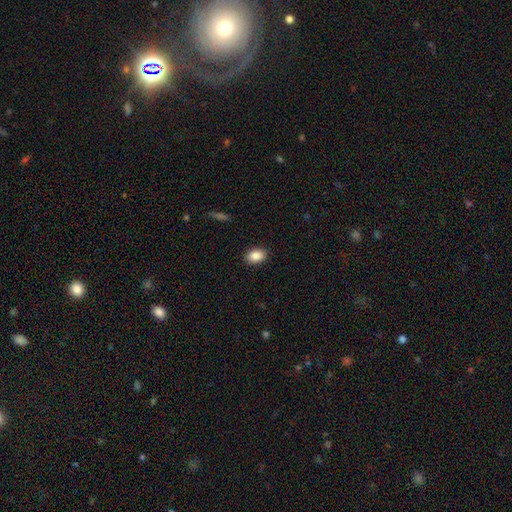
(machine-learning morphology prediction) The model was most divided on "how rounded": in between: 84%, round: 15%, cigar-shaped: 1%. More confident: merging — none (90%); smooth or featured — smooth (88%).